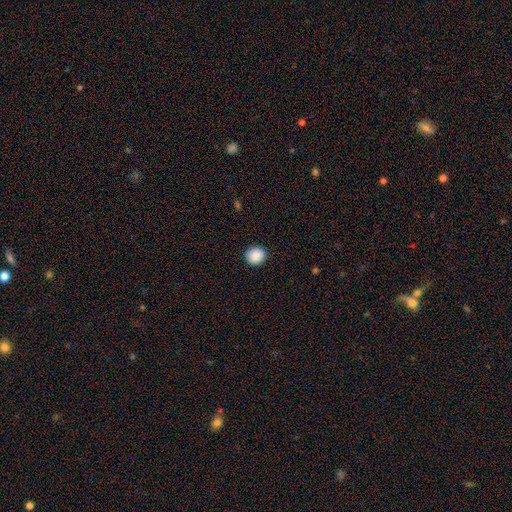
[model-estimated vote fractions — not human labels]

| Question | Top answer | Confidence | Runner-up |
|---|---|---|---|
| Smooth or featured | smooth | 88% | star or artifact (8%) |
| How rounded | round | 86% | in between (13%) |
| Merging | none | 90% | minor disturbance (7%) |